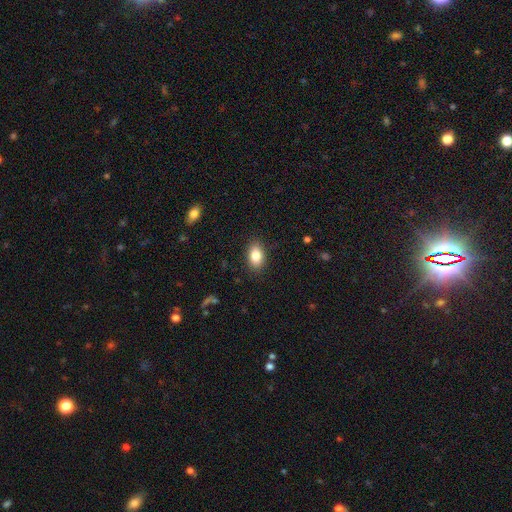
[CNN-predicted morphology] smooth-or-featured: smooth: 83% | featured or disk: 9% | star or artifact: 8%
  how-rounded: in between: 87% | round: 11% | cigar-shaped: 2%
  merging: none: 88% | minor disturbance: 9% | major disturbance: 2% | merger: 1%